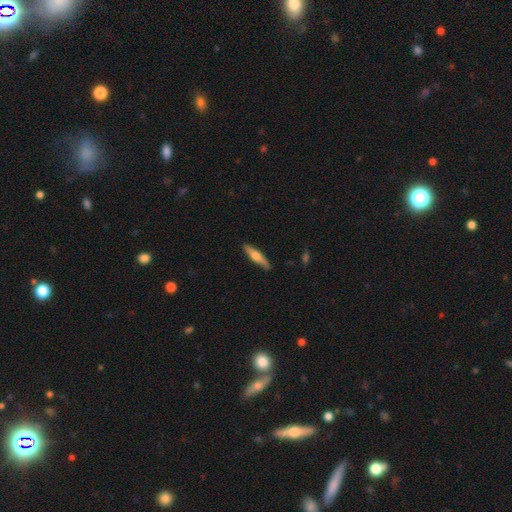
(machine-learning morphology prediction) type=featured or disk (49%); merging=none (87%).